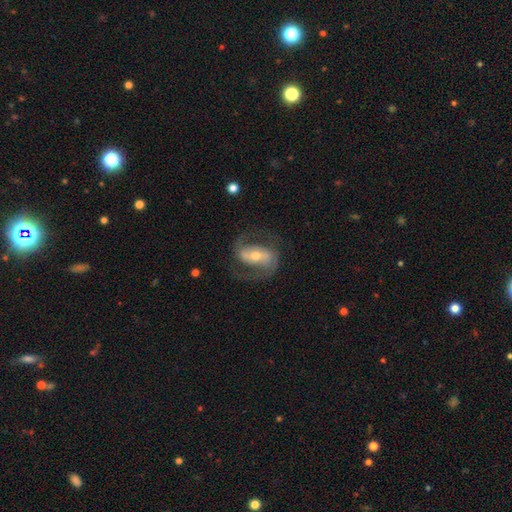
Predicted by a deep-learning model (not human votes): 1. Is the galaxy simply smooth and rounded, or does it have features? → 85% featured or disk, 10% smooth, 5% star or artifact.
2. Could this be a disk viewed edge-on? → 96% no, 4% yes.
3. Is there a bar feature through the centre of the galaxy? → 50% strong, 32% weak, 18% no.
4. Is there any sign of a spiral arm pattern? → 94% yes, 6% no.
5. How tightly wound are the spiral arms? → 54% medium, 27% loose, 19% tight.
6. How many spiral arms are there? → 90% 2, 4% can't tell, 3% 1, 1% 3, 1% 4, 1% more than 4.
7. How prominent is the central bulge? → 53% moderate, 41% small, 4% large, 1% none, 1% dominant.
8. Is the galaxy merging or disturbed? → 72% none, 15% minor disturbance, 12% major disturbance, 1% merger.